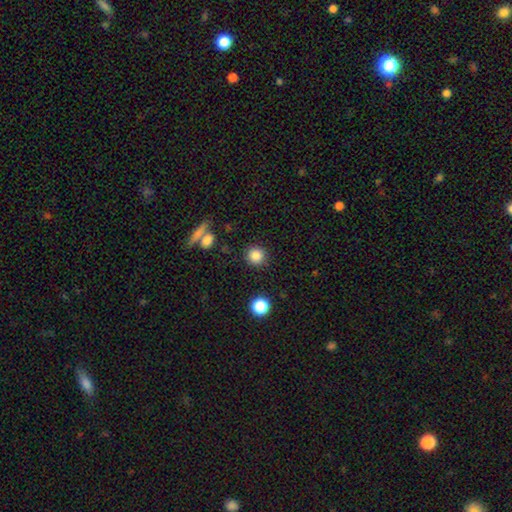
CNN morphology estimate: Smooth or featured: smooth — 85% (star or artifact — 11%)
How rounded: round — 92% (in between — 7%)
Merging: none — 88% (minor disturbance — 6%)